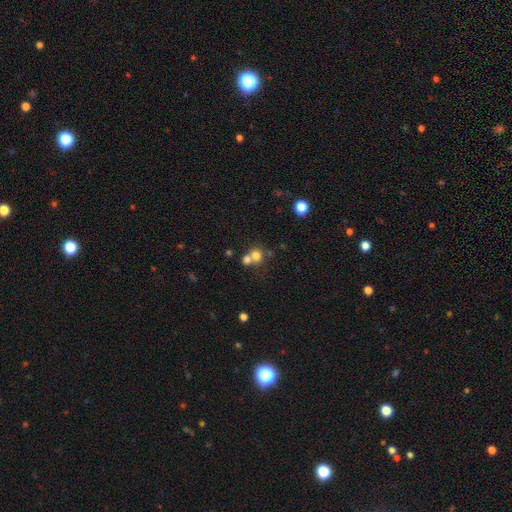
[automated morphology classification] Q: Smooth or featured?
A: smooth (73%); runner-up: star or artifact (14%)
Q: How rounded?
A: round (80%); runner-up: in between (19%)
Q: Merging?
A: merger (48%); runner-up: none (41%)